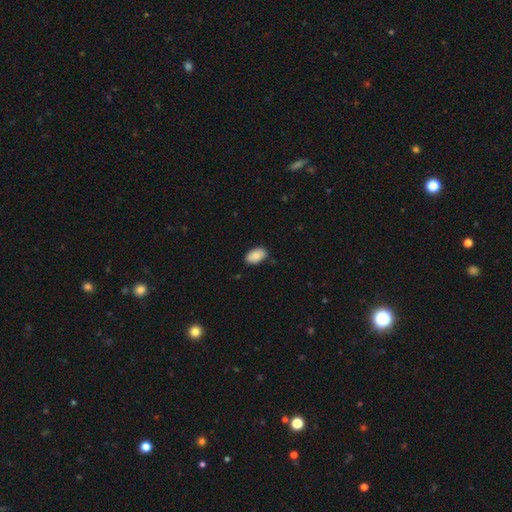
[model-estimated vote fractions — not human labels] This is clearly a smooth galaxy (89%). How rounded: clearly in between (94%). Merging: clearly none (85%).